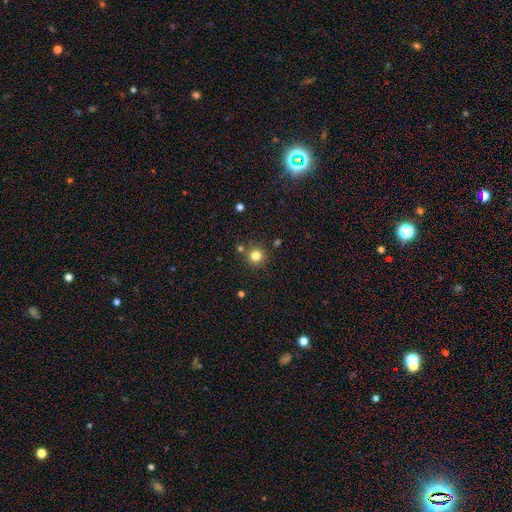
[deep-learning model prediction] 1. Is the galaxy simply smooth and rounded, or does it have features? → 80% smooth, 14% star or artifact, 6% featured or disk.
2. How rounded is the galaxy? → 93% round, 6% in between, 1% cigar-shaped.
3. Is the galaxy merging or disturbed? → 81% none, 8% minor disturbance, 8% merger, 3% major disturbance.